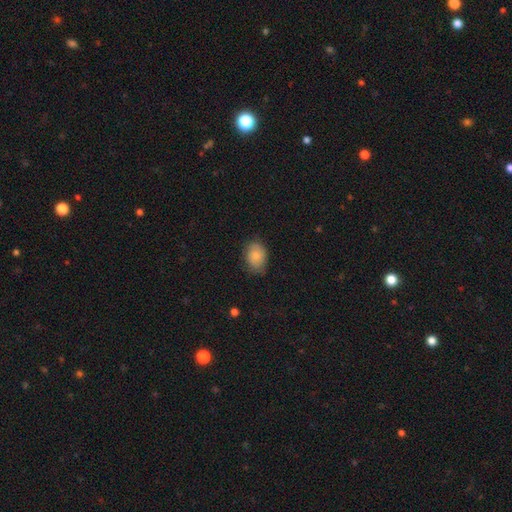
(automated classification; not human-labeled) Q: Smooth or featured?
A: smooth (82%); runner-up: featured or disk (10%)
Q: How rounded?
A: in between (72%); runner-up: round (27%)
Q: Merging?
A: none (71%); runner-up: minor disturbance (23%)